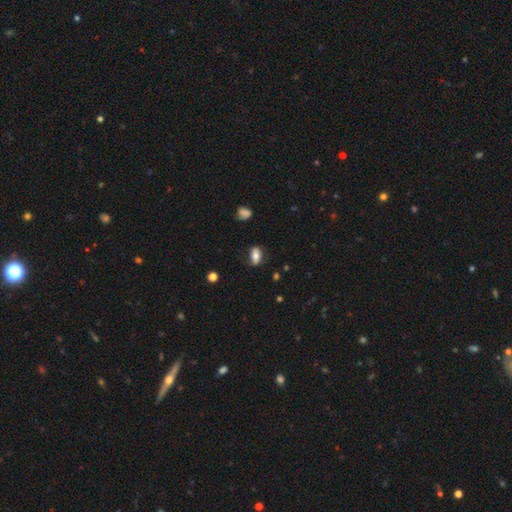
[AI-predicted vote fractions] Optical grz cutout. It shows a smooth galaxy with no disk features (70%) that is in between round and cigar-shaped (84%). Merging: none (74%).